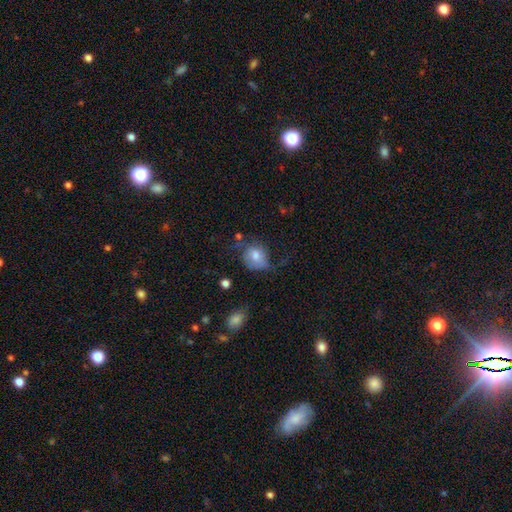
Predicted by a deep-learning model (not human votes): smooth_or_featured: smooth (p=0.69) [alt: featured or disk p=0.22]
how_rounded: round (p=0.66) [alt: in between p=0.33]
merging: none (p=0.41) [alt: minor disturbance p=0.31]